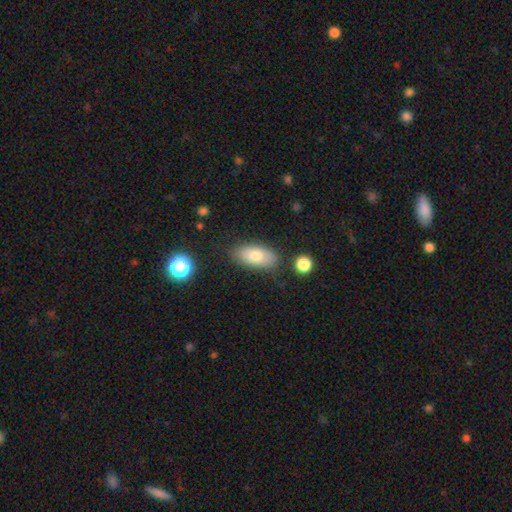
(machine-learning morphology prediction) smooth 76%, featured or disk 17%, star or artifact 8%. Down the decision tree: how rounded — in between (88%); merging — none (82%).